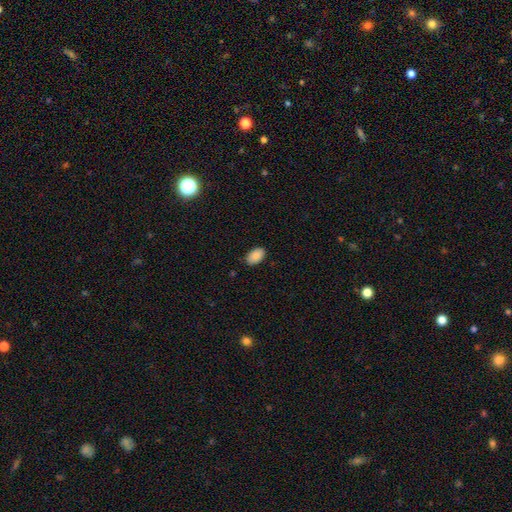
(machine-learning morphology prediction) smooth_or_featured: smooth (p=0.88) [alt: star or artifact p=0.07]
how_rounded: in between (p=0.93) [alt: round p=0.06]
merging: none (p=0.86) [alt: minor disturbance p=0.11]